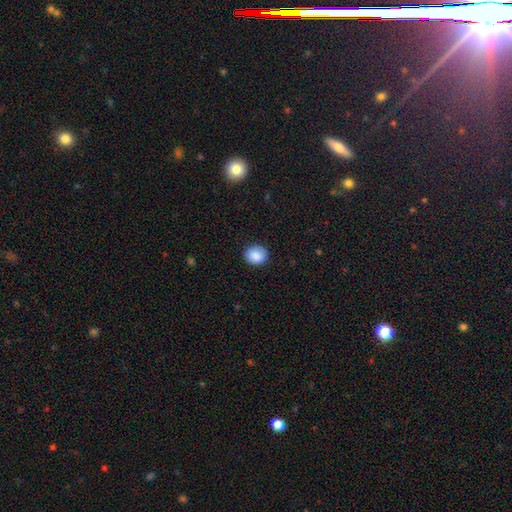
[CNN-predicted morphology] type=smooth (88%); roundness=round (77%); merging=none (87%).